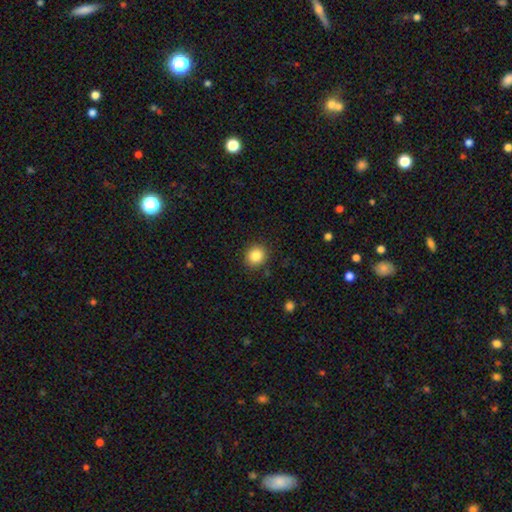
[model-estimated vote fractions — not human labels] Smooth or featured: smooth — 85% (star or artifact — 10%)
How rounded: round — 80% (in between — 19%)
Merging: none — 89% (minor disturbance — 8%)